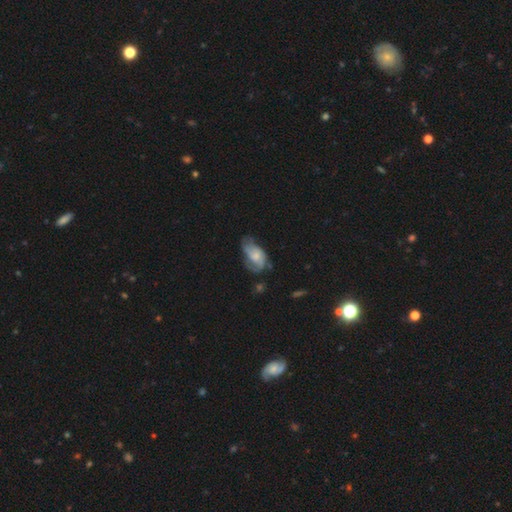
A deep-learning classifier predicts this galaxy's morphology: Q: Smooth or featured?
A: featured or disk (54%); runner-up: smooth (39%)
Q: Edge-on disk?
A: no (96%); runner-up: yes (4%)
Q: Bar?
A: no (69%); runner-up: weak (26%)
Q: Spiral arms?
A: yes (77%); runner-up: no (23%)
Q: Bulge size?
A: moderate (36%); runner-up: small (34%)
Q: Merging?
A: none (37%); runner-up: minor disturbance (32%)